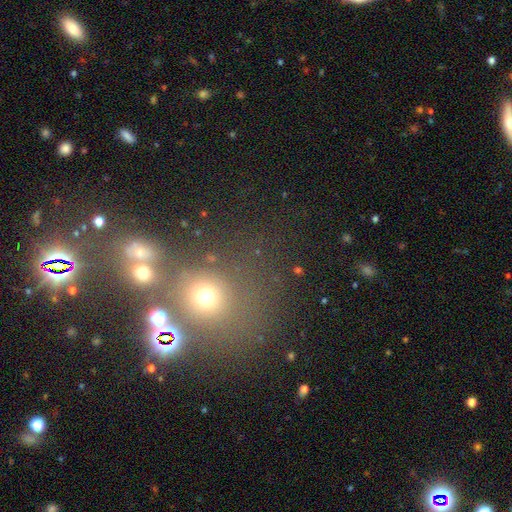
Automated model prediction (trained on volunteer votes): Smooth or featured? Predicted: star or artifact (p=0.45).